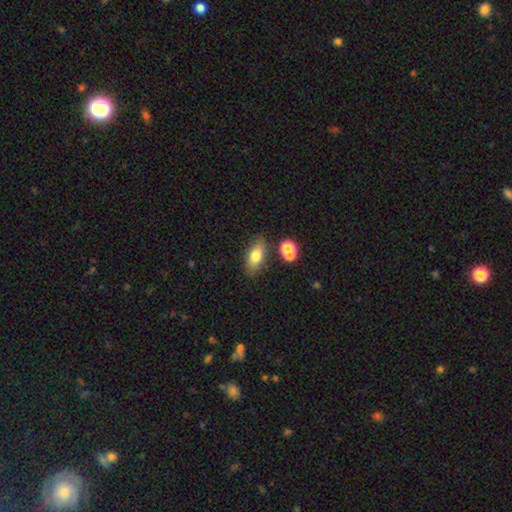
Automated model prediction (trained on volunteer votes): A smooth galaxy with no disk features (75%) that is in between round and cigar-shaped (84%).

Vote fractions:
- Smooth or featured? smooth: 75% / featured or disk: 16% / star or artifact: 9%
- How rounded? in between: 84% / cigar-shaped: 10% / round: 6%
- Merging? none: 73% / minor disturbance: 13% / merger: 10% / major disturbance: 4%